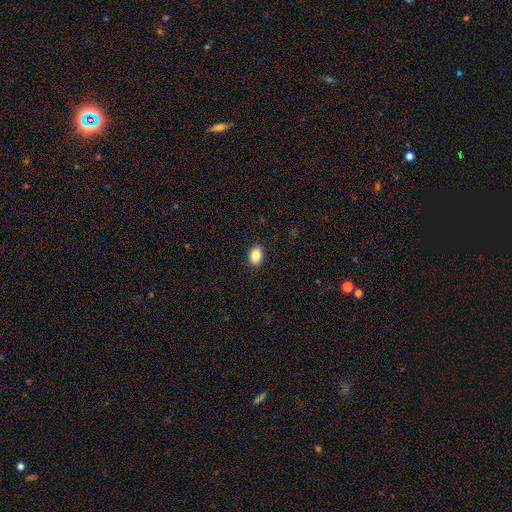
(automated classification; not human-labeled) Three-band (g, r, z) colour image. It shows a smooth galaxy with no disk features (86%) that is in between round and cigar-shaped (75%). Merging: none (90%).